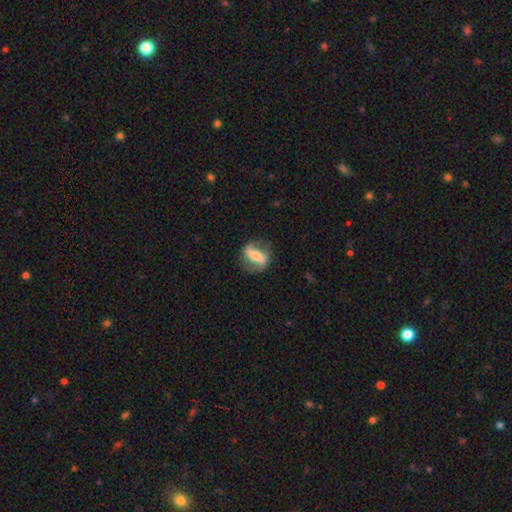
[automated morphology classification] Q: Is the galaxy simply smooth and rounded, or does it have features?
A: featured or disk — 68%.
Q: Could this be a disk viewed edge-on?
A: no — 91%.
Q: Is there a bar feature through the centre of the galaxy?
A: strong — 56%.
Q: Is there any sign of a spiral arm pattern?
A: yes — 82%.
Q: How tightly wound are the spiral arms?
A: loose — 53%.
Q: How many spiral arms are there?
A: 2 — 87%.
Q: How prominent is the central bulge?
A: moderate — 45%.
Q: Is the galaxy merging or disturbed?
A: none — 76%.